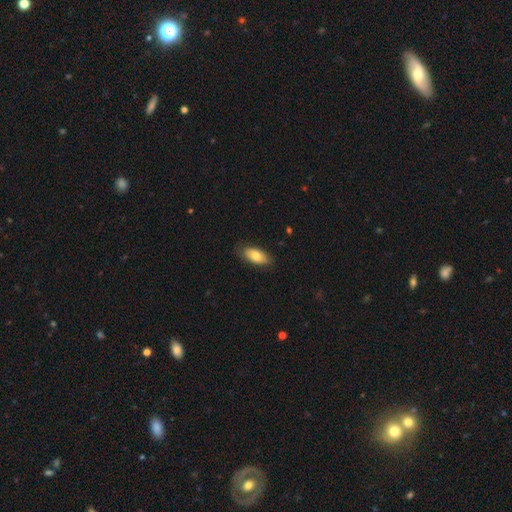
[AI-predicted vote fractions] A smooth galaxy with no disk features (76%) that is in between round and cigar-shaped (90%).

Vote fractions:
- Smooth or featured? smooth: 76% / featured or disk: 18% / star or artifact: 6%
- How rounded? in between: 90% / cigar-shaped: 7% / round: 3%
- Merging? none: 80% / minor disturbance: 16% / major disturbance: 3% / merger: 1%